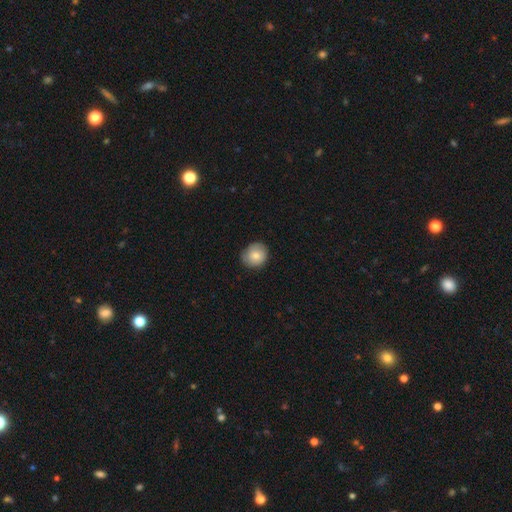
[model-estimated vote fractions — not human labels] A smooth galaxy with no disk features (77%) that is round (83%). Merging: none (79%).